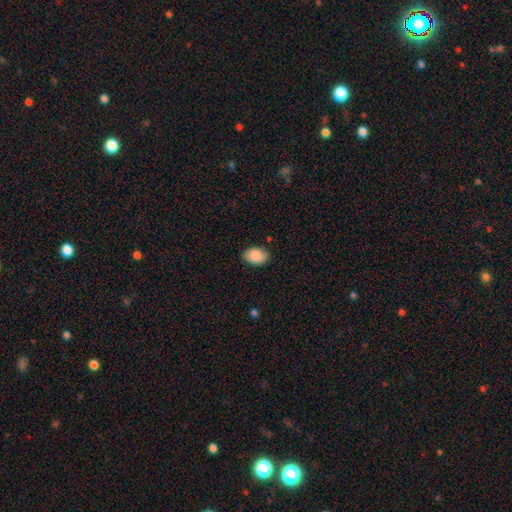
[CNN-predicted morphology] This is clearly a smooth galaxy (89%). How rounded: clearly in between (83%). Merging: clearly none (85%).